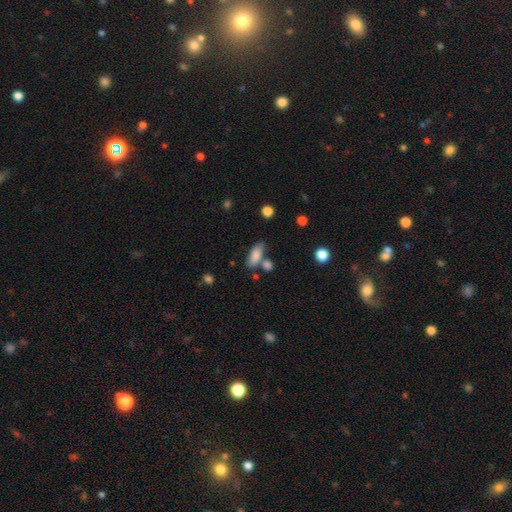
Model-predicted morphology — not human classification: Smooth or featured: smooth — 82% (featured or disk — 10%)
How rounded: in between — 78% (cigar-shaped — 18%)
Merging: none — 60% (merger — 19%)